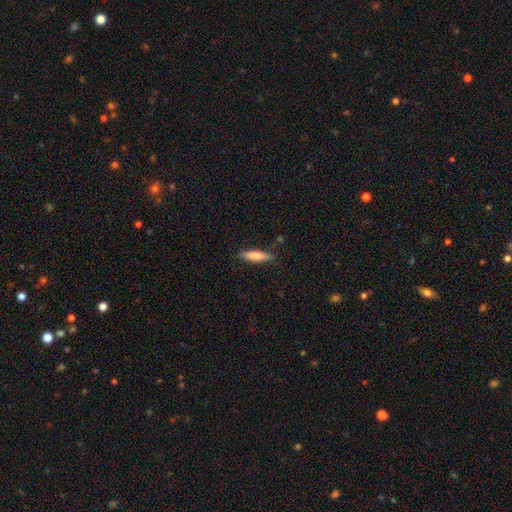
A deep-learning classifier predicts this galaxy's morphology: A smooth galaxy with no disk features (76%) that is cigar-shaped (75%). Merging: none (83%).